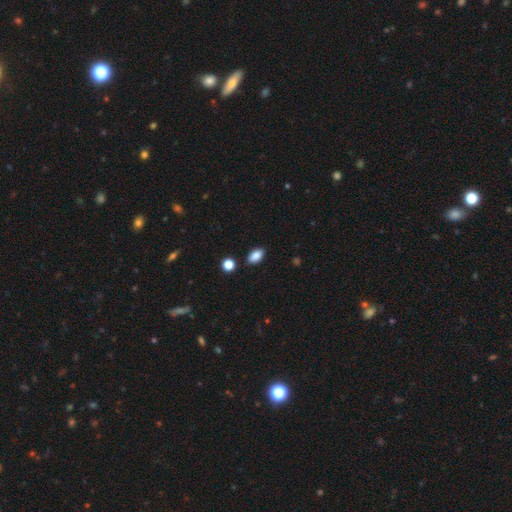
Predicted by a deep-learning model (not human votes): Smooth or featured? smooth (87%)
How rounded? in between (90%)
Merging? none (87%)